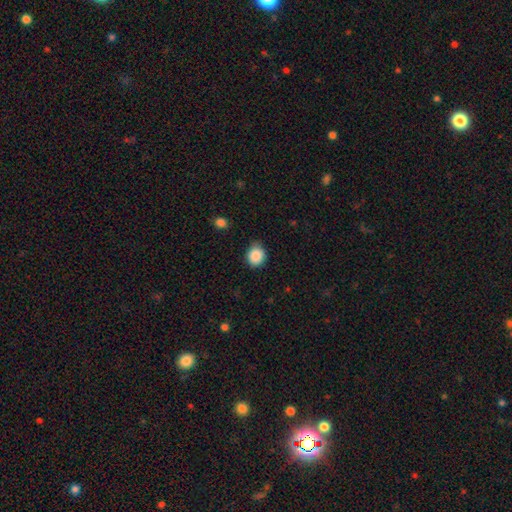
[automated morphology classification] Smooth or featured: smooth — 88% (star or artifact — 8%)
How rounded: round — 71% (in between — 28%)
Merging: none — 75% (minor disturbance — 20%)